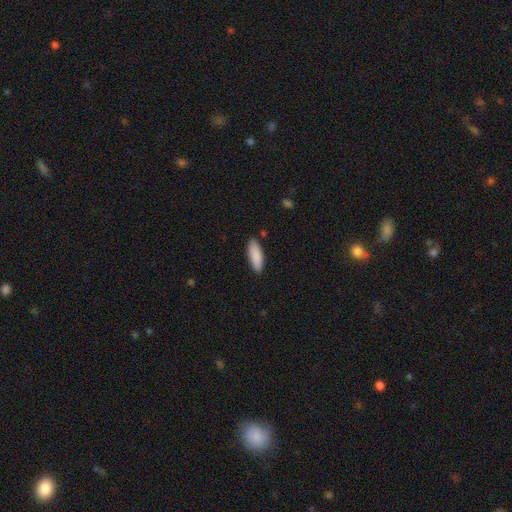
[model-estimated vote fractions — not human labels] Smooth or featured?
  - smooth: 89% *
  - star or artifact: 6%
  - featured or disk: 5%
How rounded?
  - in between: 64% *
  - cigar-shaped: 34%
  - round: 2%
Merging?
  - none: 86% *
  - minor disturbance: 11%
  - major disturbance: 2%
  - merger: 2%